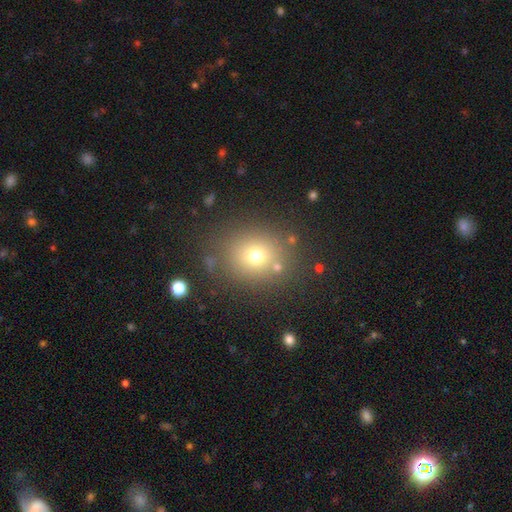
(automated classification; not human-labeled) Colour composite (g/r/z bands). It shows a smooth galaxy with no disk features (69%) that is round (75%). Merging: none (78%).